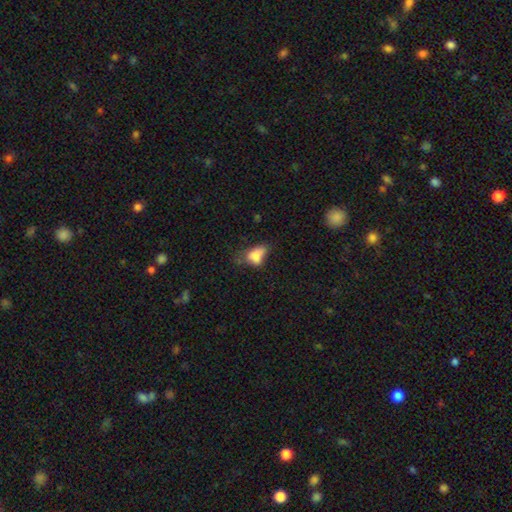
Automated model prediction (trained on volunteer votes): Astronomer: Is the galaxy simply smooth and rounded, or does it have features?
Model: smooth — 73%.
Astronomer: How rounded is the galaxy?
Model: in between — 84%.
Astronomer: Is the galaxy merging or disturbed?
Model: minor disturbance — 33% (runner-up: major disturbance, 30%).